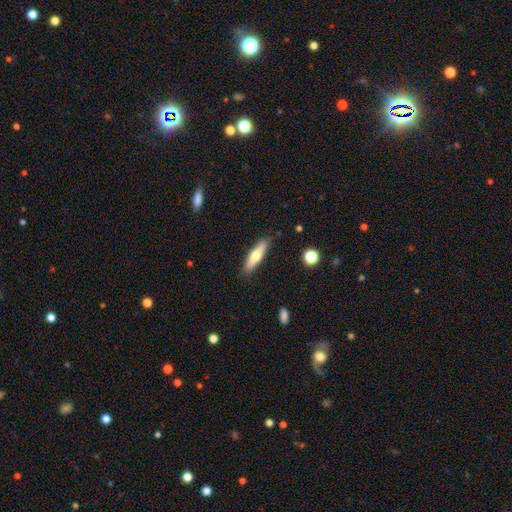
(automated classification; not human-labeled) Morphology: type=smooth (54%); roundness=cigar-shaped (73%); merging=none (88%).